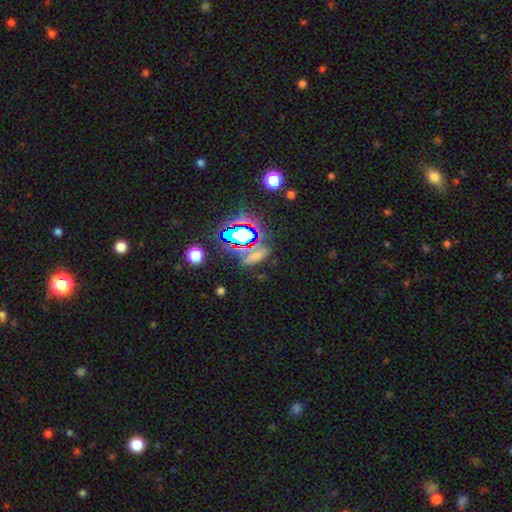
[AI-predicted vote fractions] Morphology: type=star or artifact (48%).